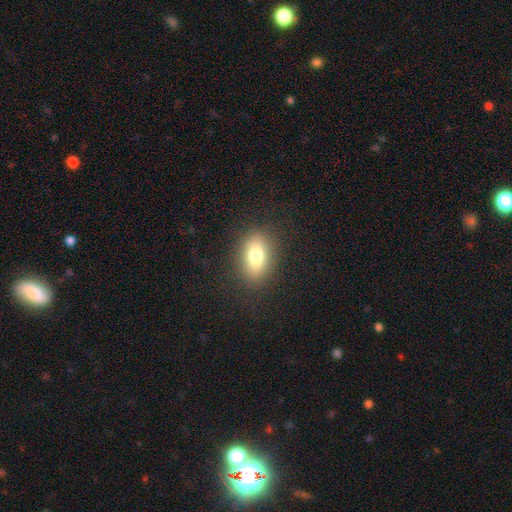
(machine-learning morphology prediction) smooth 78%, featured or disk 13%, star or artifact 9%. Down the decision tree: how rounded — in between (84%); merging — none (86%).